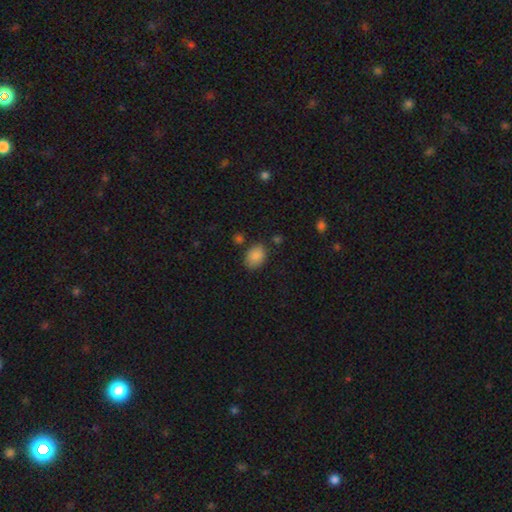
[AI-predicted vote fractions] This is clearly a smooth galaxy (87%). How rounded: likely in between (78%). Merging: likely none (77%).